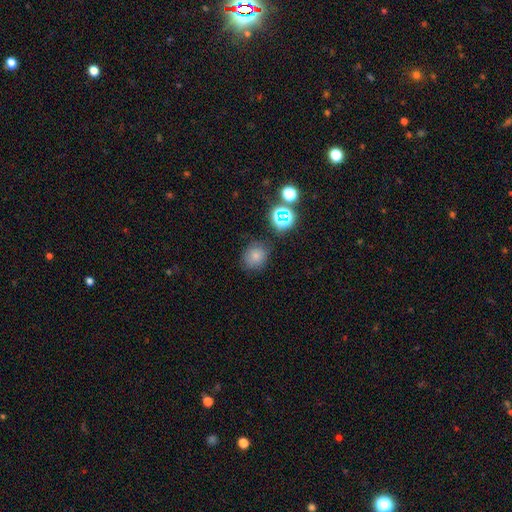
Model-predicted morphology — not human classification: Q: Smooth or featured?
A: smooth (72%); runner-up: star or artifact (19%)
Q: How rounded?
A: round (78%); runner-up: in between (21%)
Q: Merging?
A: none (76%); runner-up: minor disturbance (15%)